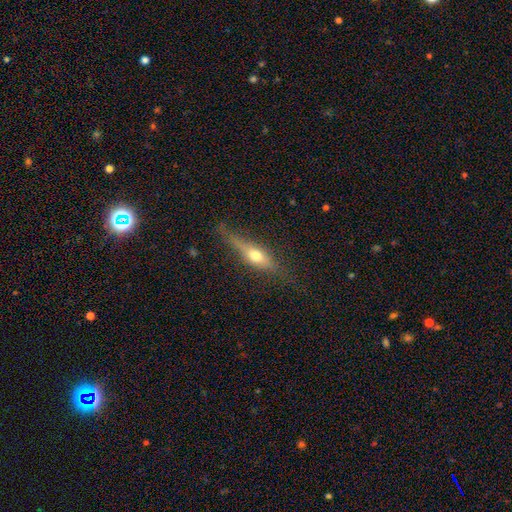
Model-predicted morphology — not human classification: Q: Smooth or featured?
A: featured or disk (51%); runner-up: smooth (41%)
Q: Edge-on disk?
A: yes (89%); runner-up: no (11%)
Q: Merging?
A: none (68%); runner-up: minor disturbance (22%)